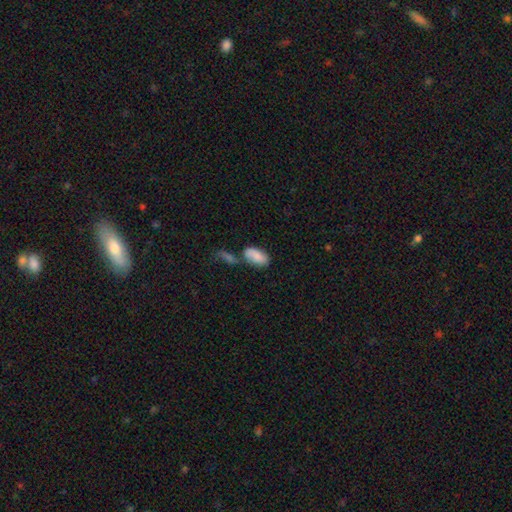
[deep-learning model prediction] smooth 78%, featured or disk 15%, star or artifact 7%. Down the decision tree: how rounded — in between (94%); merging — none (40%).